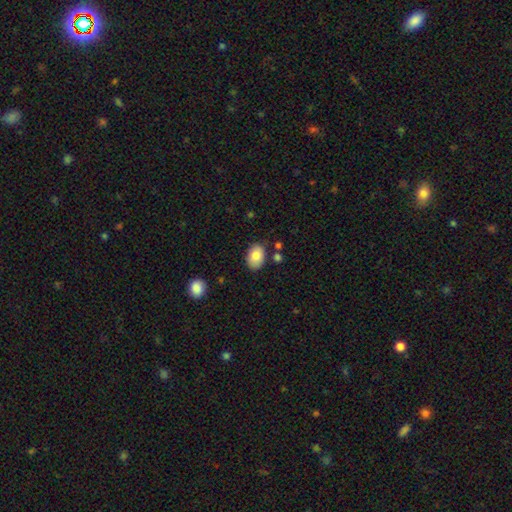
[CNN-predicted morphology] The model was most divided on "merging": none: 81%, minor disturbance: 13%, merger: 4%, major disturbance: 3%. More confident: how rounded — in between (86%); smooth or featured — smooth (82%).